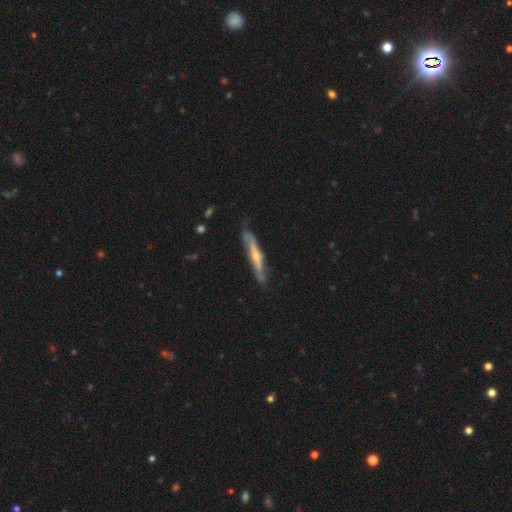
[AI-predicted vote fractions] Overall: featured or disk (70%). Edge-on disk: yes (81%). Edge-on bulge: rounded (72%). Merging: none (67%).